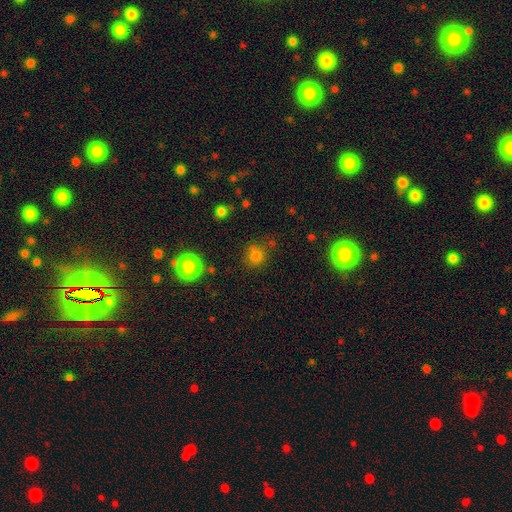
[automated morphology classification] smooth-or-featured: smooth: 76% | star or artifact: 18% | featured or disk: 6%
  how-rounded: round: 86% | in between: 13% | cigar-shaped: 1%
  merging: none: 73% | minor disturbance: 15% | merger: 7% | major disturbance: 5%